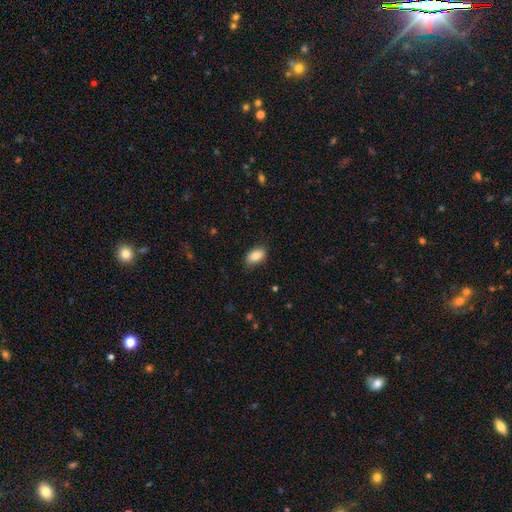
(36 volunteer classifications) smooth 86%, featured or disk 11%, star or artifact 3%. Down the decision tree: how rounded — in between (94%); merging — none (86%).